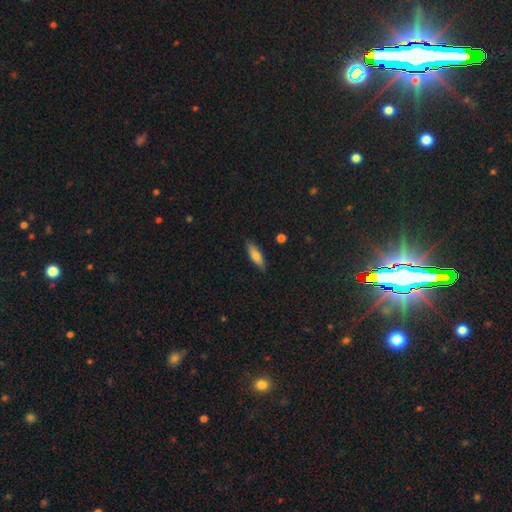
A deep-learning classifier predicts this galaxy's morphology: This appears to be a smooth galaxy with no disk features (73%) that is cigar-shaped (49%, tied with in between). Merging: none (86%).